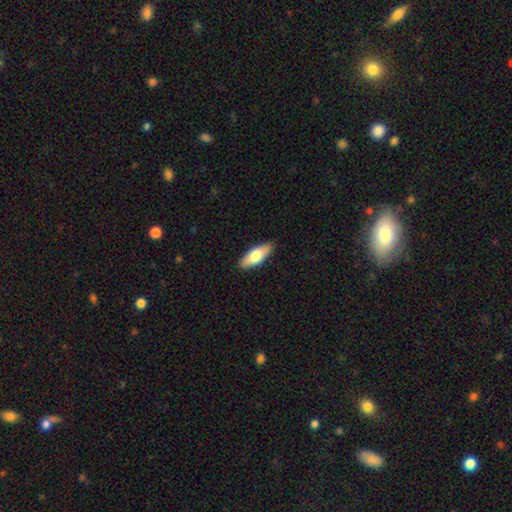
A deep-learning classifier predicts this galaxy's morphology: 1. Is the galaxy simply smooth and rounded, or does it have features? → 68% smooth, 27% featured or disk, 5% star or artifact.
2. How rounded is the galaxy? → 70% in between, 28% cigar-shaped, 2% round.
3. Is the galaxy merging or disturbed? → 89% none, 8% minor disturbance, 2% major disturbance, 1% merger.